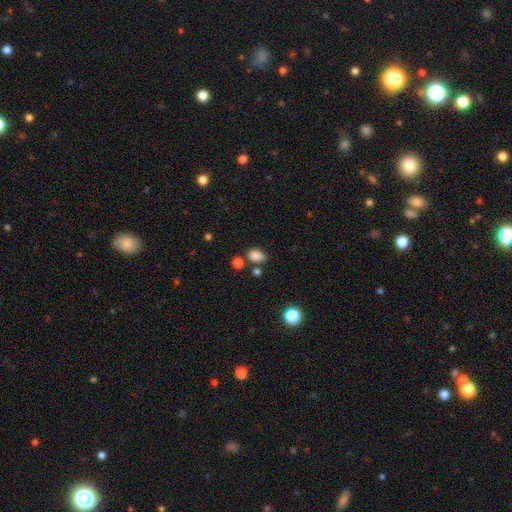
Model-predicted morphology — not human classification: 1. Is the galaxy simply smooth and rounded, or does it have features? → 84% smooth, 12% star or artifact, 5% featured or disk.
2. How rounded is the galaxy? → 74% in between, 25% round, 1% cigar-shaped.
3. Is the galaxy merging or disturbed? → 64% none, 17% minor disturbance, 14% merger, 5% major disturbance.